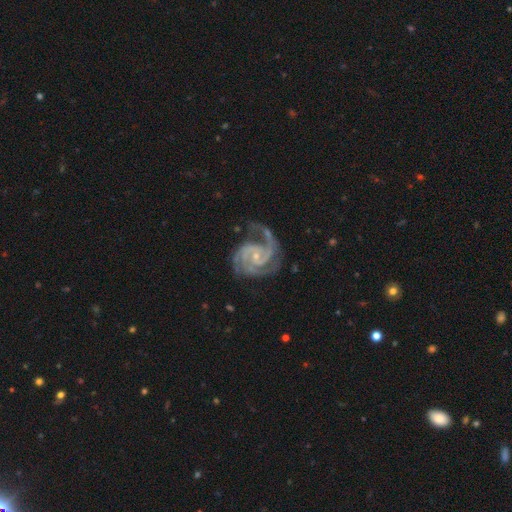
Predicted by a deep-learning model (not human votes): Overall: featured or disk (94%). Edge-on disk: no (98%). Bar: no (55%; weak 34%). Spiral arms: yes (99%). Spiral arm count: 2 (42%; 3 39%). Spiral winding: tight (49%; medium 45%). Bulge size: small (79%). Merging: none (63%).